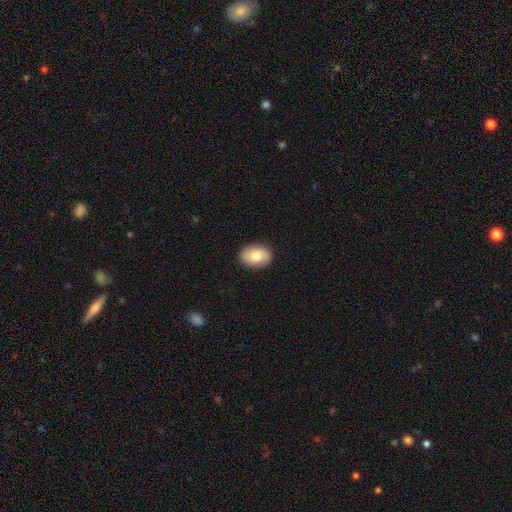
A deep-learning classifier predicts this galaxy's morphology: Smooth or featured: smooth — 78% (featured or disk — 16%)
How rounded: in between — 82% (round — 17%)
Merging: none — 90% (minor disturbance — 8%)